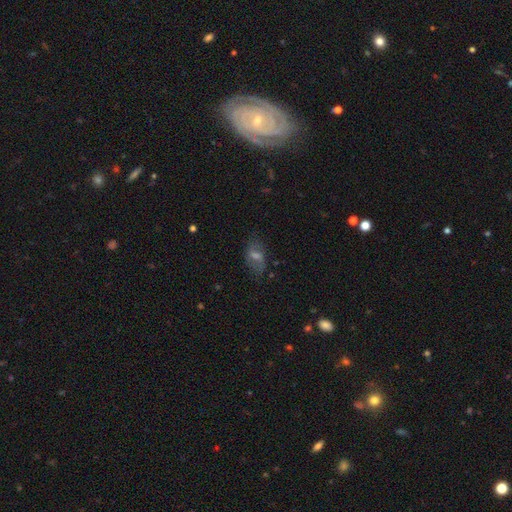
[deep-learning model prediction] Overall: smooth (41%; featured or disk 40%). Merging: none (71%).